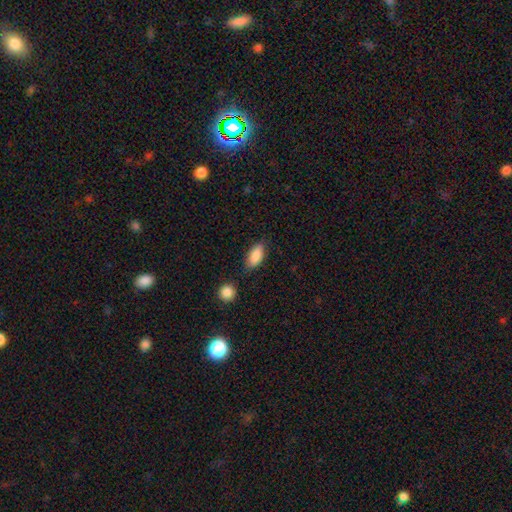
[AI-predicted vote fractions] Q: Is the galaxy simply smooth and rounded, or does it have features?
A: smooth — 87%.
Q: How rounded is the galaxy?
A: in between — 88%.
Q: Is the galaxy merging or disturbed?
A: none — 77%.